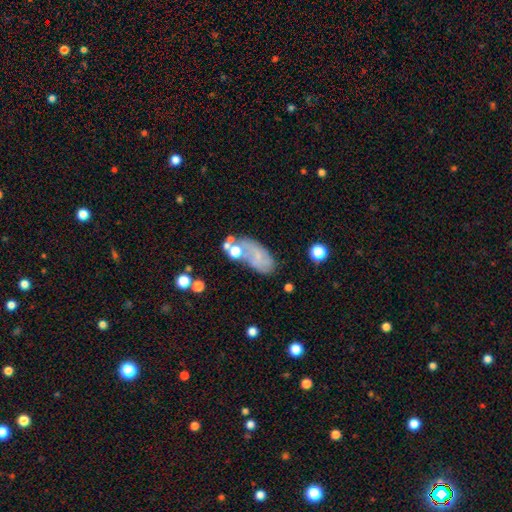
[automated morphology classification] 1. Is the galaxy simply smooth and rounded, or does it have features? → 47% featured or disk, 40% smooth, 12% star or artifact.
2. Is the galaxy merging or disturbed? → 45% none, 25% minor disturbance, 17% major disturbance, 13% merger.